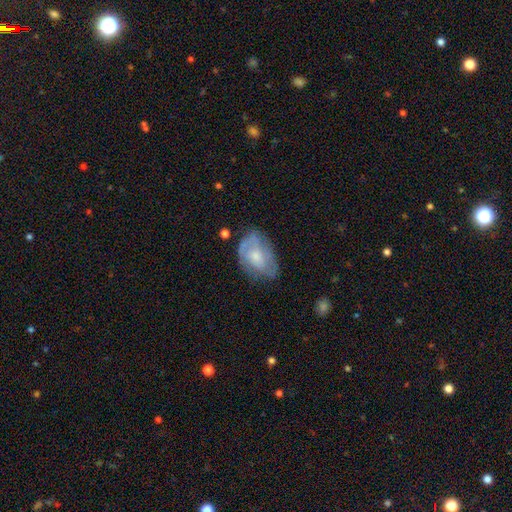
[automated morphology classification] smooth_or_featured: featured or disk (p=0.52) [alt: smooth p=0.41]
disk_edge_on: no (p=0.96) [alt: yes p=0.04]
merging: none (p=0.57) [alt: minor disturbance p=0.29]